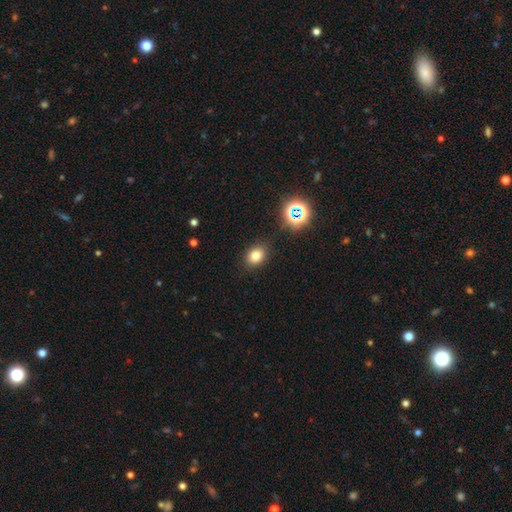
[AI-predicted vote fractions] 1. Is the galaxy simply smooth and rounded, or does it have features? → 77% smooth, 16% star or artifact, 7% featured or disk.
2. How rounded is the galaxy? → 60% in between, 39% round, 1% cigar-shaped.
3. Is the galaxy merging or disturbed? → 86% none, 9% minor disturbance, 3% major disturbance, 2% merger.